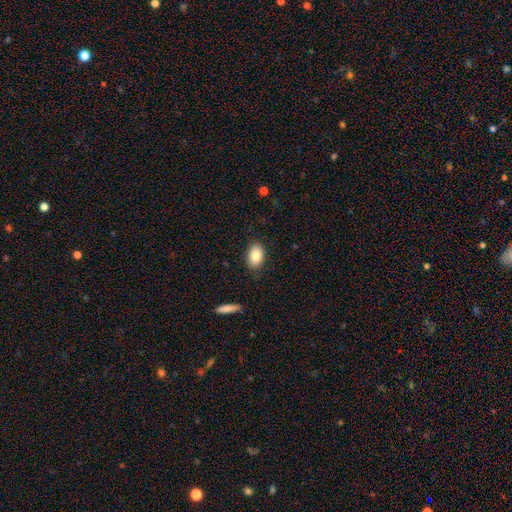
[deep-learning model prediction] Q: Smooth or featured?
A: smooth (85%); runner-up: featured or disk (8%)
Q: How rounded?
A: in between (89%); runner-up: round (10%)
Q: Merging?
A: none (86%); runner-up: minor disturbance (11%)